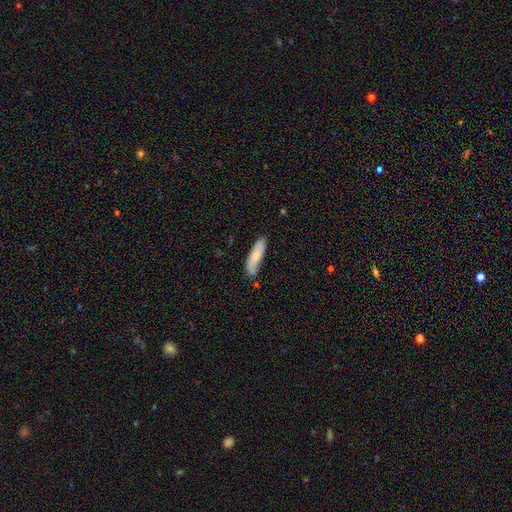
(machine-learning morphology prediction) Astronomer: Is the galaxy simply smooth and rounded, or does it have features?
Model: smooth — 75%.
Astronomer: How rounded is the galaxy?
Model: cigar-shaped — 57% (runner-up: in between, 41%).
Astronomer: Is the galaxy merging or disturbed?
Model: none — 73%.